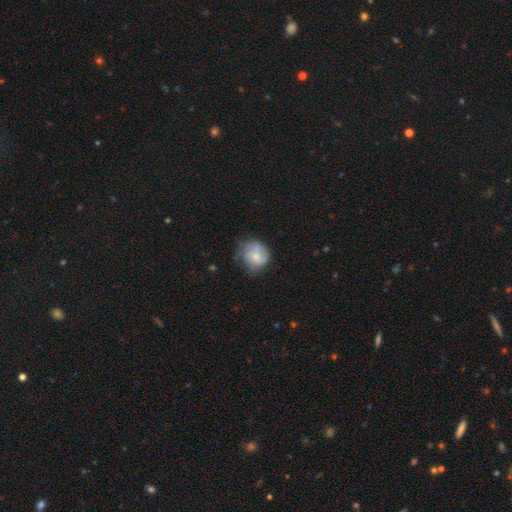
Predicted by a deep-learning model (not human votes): This is likely a smooth galaxy (64%). How rounded: likely round (79%). Merging: possibly none (51%).